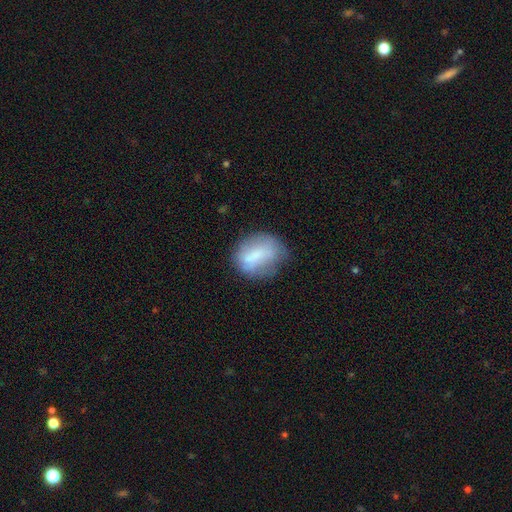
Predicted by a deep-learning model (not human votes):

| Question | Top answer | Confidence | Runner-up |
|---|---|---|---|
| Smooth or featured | smooth | 66% | featured or disk (25%) |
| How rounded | in between | 53% | round (46%) |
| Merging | none | 54% | minor disturbance (29%) |